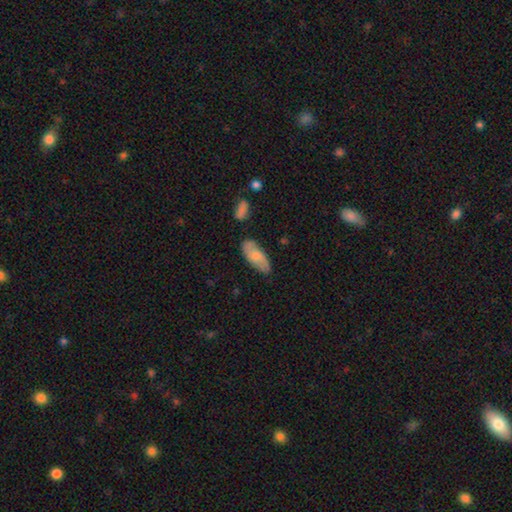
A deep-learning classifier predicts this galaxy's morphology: smooth-or-featured: smooth: 67% | featured or disk: 27% | star or artifact: 6%
  how-rounded: in between: 83% | cigar-shaped: 14% | round: 2%
  merging: none: 72% | minor disturbance: 20% | major disturbance: 4% | merger: 4%